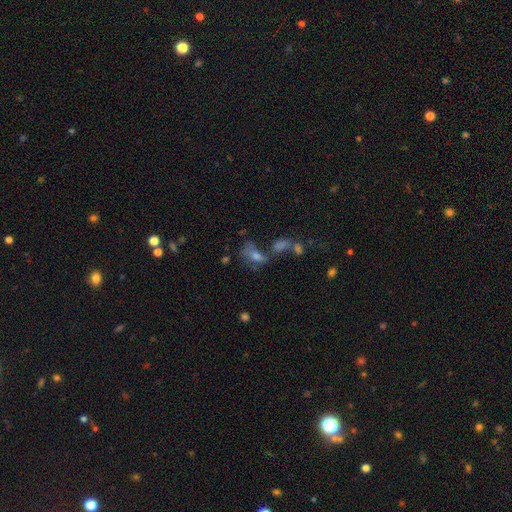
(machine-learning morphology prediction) Overall: smooth (51%; featured or disk 29%). How rounded: in between (78%). Merging: merger (33%; none 28%).